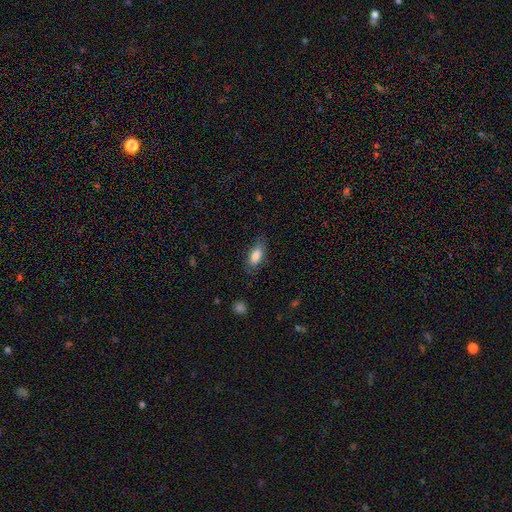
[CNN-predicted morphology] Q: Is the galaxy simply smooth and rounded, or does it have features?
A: smooth — 83%.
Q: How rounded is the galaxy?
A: in between — 84%.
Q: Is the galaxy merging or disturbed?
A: none — 75%.